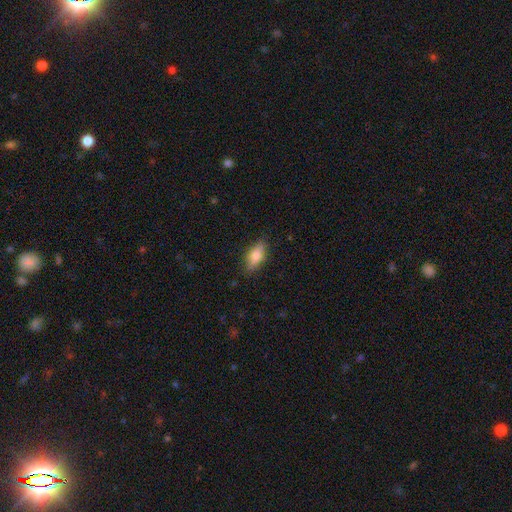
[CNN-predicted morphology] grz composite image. It shows a smooth galaxy with no disk features (74%) that is in between round and cigar-shaped (79%). Merging: none (83%).